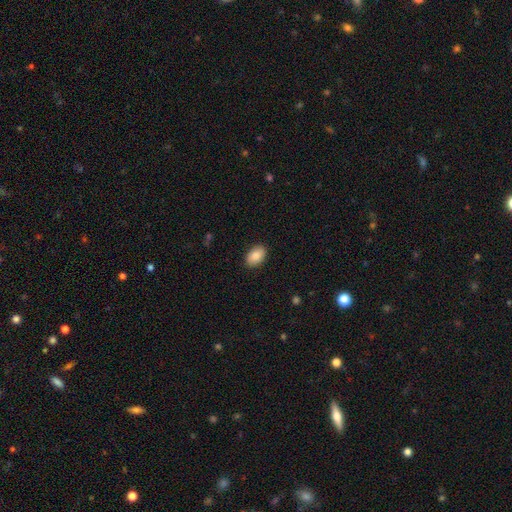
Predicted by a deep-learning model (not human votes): Smooth or featured?
  - smooth: 85% *
  - featured or disk: 8%
  - star or artifact: 7%
How rounded?
  - in between: 88% *
  - round: 11%
  - cigar-shaped: 1%
Merging?
  - none: 89% *
  - minor disturbance: 8%
  - major disturbance: 2%
  - merger: 1%